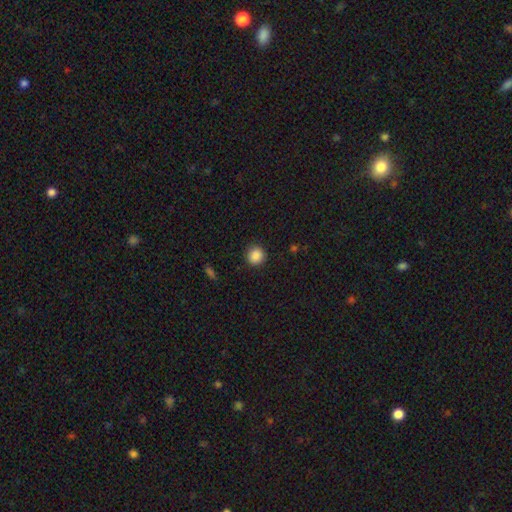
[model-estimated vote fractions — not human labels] Smooth or featured? Predicted: smooth (p=0.88). How rounded? Predicted: round (p=0.91). Merging? Predicted: none (p=0.90).